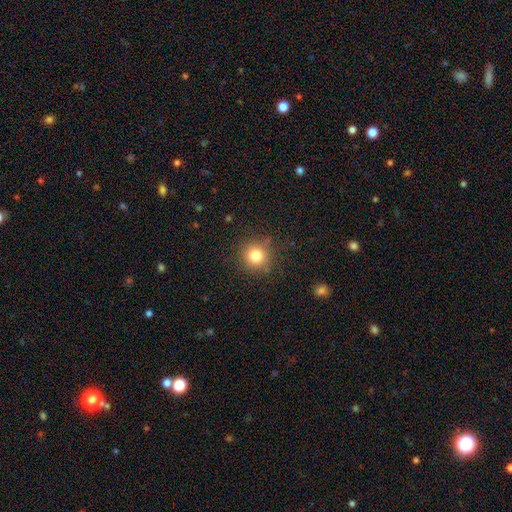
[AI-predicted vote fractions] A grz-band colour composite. It shows a smooth galaxy with no disk features (80%) that is round (93%). Merging: none (85%).